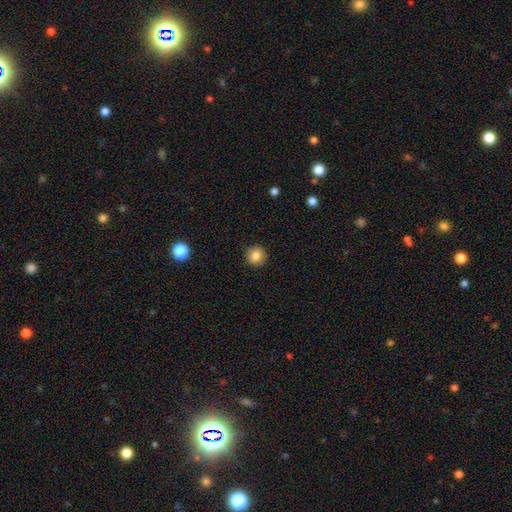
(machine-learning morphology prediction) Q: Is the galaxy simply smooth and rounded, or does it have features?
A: smooth — 83%.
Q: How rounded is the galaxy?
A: round — 92%.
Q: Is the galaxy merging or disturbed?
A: none — 90%.